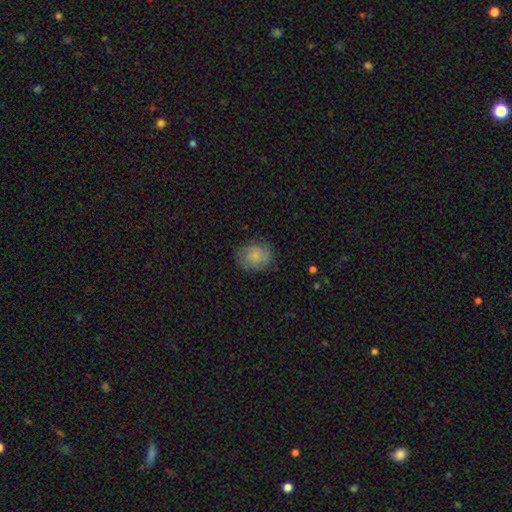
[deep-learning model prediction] Overall: smooth (68%). How rounded: round (69%; in between 30%). Merging: none (75%).